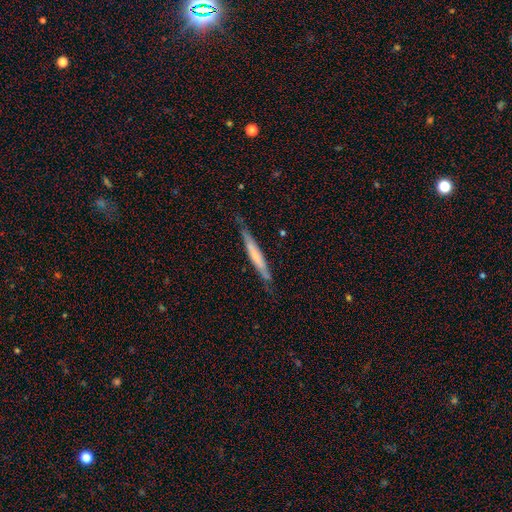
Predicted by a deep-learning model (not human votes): This is possibly a smooth galaxy (49%). Merging: likely none (77%).